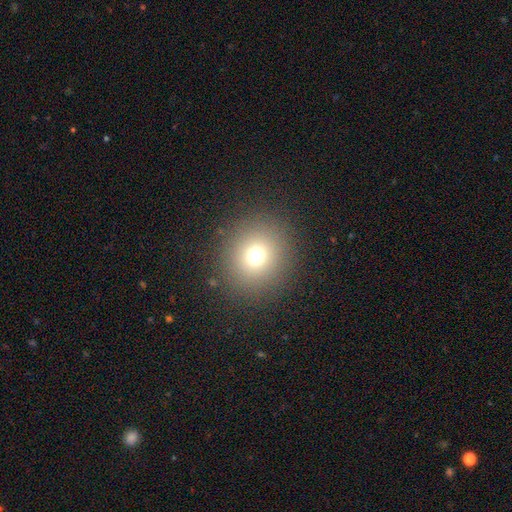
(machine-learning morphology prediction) Overall: smooth (70%). How rounded: round (88%). Merging: none (89%).